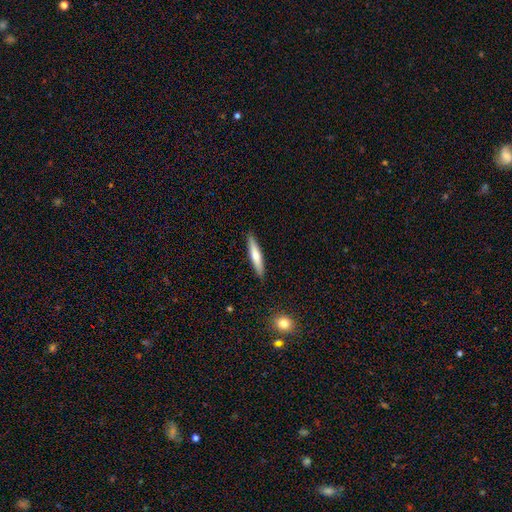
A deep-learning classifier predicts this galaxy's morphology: Smooth or featured? Predicted: smooth (p=0.58). How rounded? Predicted: cigar-shaped (p=0.91). Merging? Predicted: none (p=0.90).